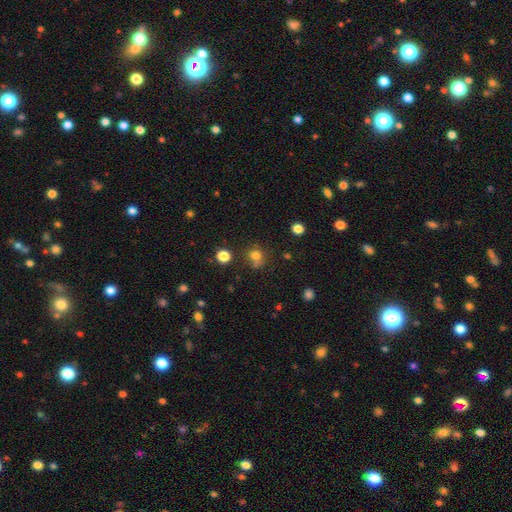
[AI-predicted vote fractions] smooth 75%, star or artifact 17%, featured or disk 8%. Down the decision tree: how rounded — round (78%); merging — none (56%).